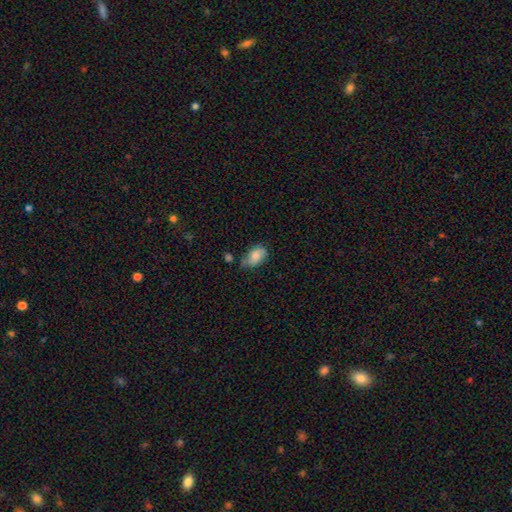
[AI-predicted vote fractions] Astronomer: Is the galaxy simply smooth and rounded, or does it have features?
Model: smooth — 81%.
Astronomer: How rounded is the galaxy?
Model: in between — 90%.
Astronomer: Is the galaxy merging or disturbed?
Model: none — 51% (runner-up: minor disturbance, 34%).